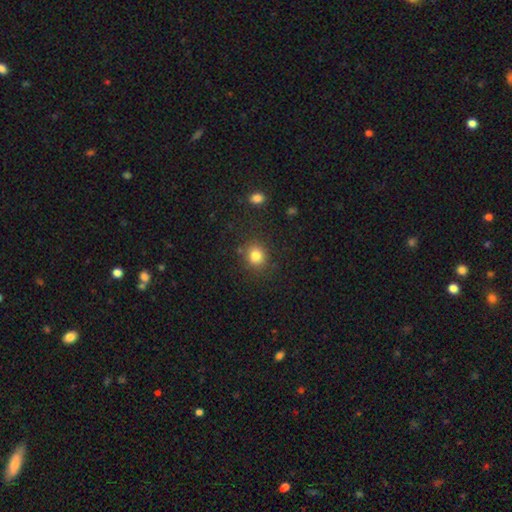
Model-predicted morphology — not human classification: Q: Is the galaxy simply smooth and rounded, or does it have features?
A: smooth — 83%.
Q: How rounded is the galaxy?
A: round — 76%.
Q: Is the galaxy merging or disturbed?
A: none — 82%.